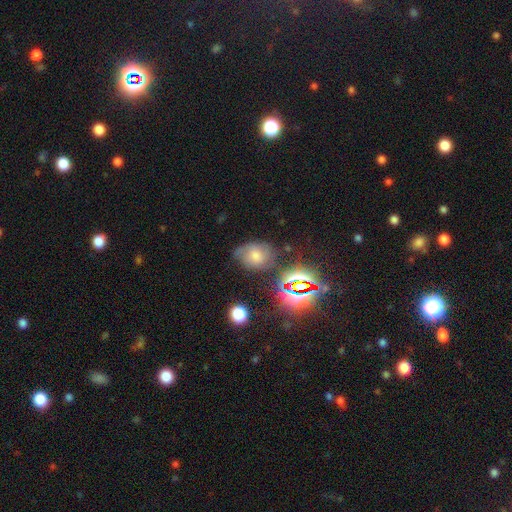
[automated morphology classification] The model was most divided on "smooth or featured" (3-way tie): smooth: 33%, featured or disk: 33%, star or artifact: 33%. More confident: merging — none (61%).